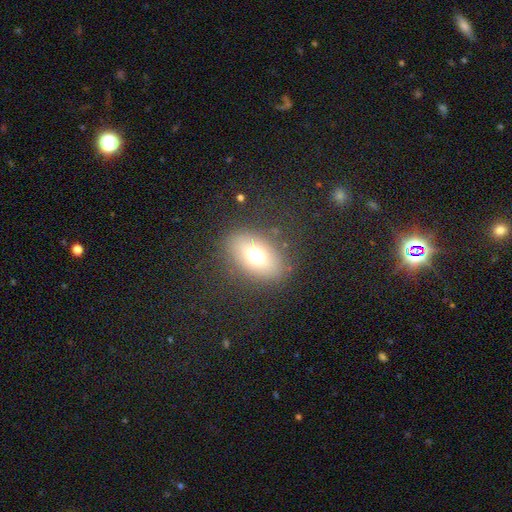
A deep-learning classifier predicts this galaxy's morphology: Q: Smooth or featured?
A: smooth (68%); runner-up: featured or disk (18%)
Q: How rounded?
A: in between (79%); runner-up: round (18%)
Q: Merging?
A: none (81%); runner-up: minor disturbance (11%)